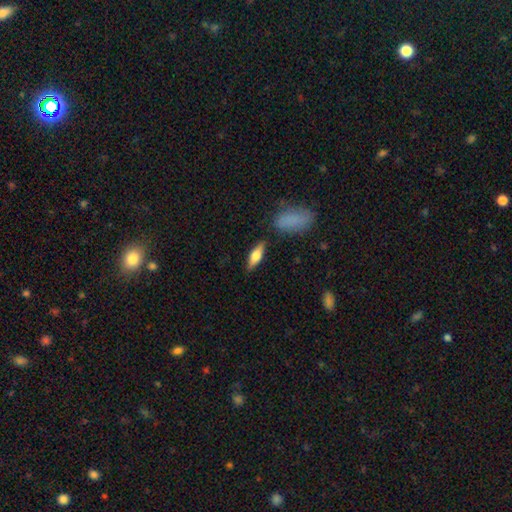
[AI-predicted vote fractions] smooth-or-featured: smooth: 54% | featured or disk: 40% | star or artifact: 7%
  how-rounded: in between: 58% | cigar-shaped: 39% | round: 3%
  merging: none: 83% | minor disturbance: 10% | merger: 4% | major disturbance: 3%